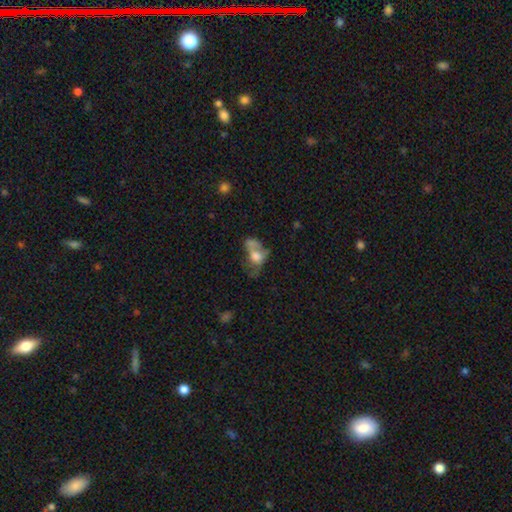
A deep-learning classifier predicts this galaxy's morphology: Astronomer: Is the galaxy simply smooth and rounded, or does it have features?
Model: smooth — 50% (runner-up: featured or disk, 38%).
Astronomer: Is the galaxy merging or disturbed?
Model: major disturbance — 37% (runner-up: merger, 27%).